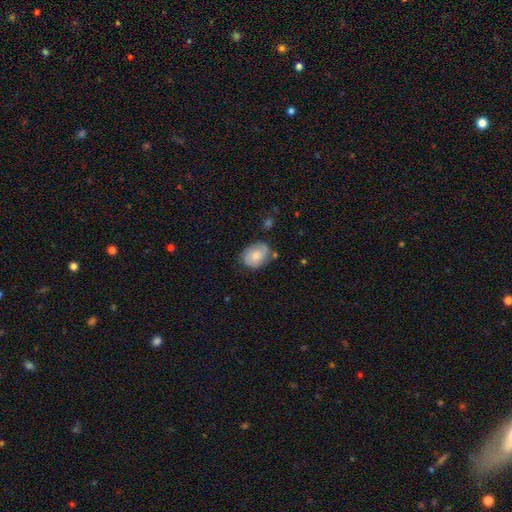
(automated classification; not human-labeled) Overall: smooth (64%; featured or disk 28%). How rounded: in between (64%; round 35%). Merging: none (64%; minor disturbance 25%).